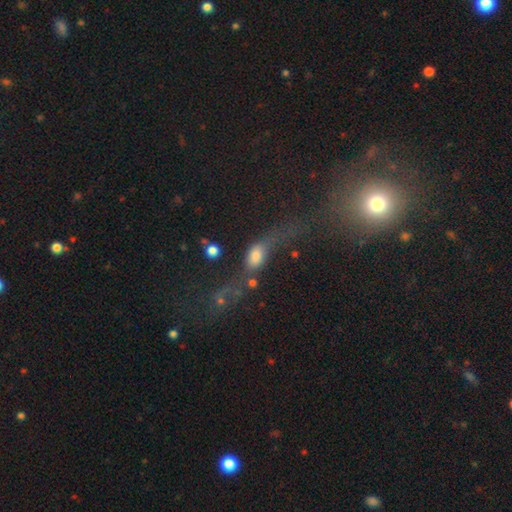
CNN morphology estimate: The model was most divided on "merging": major disturbance: 37%, none: 28%, minor disturbance: 17%, merger: 17%. More confident: how rounded — in between (63%); smooth or featured — smooth (52%).